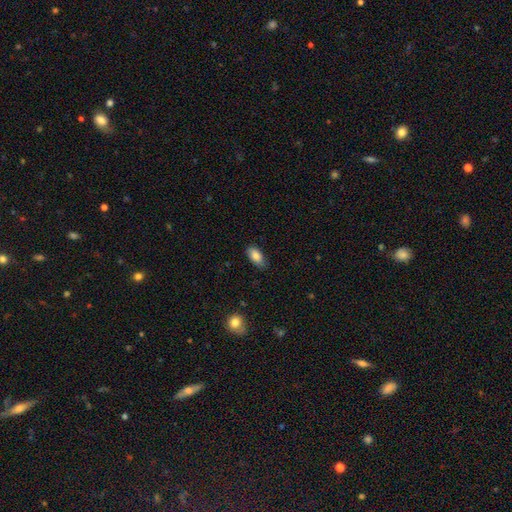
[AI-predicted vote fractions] Smooth or featured? smooth (82%)
How rounded? in between (92%)
Merging? none (79%)